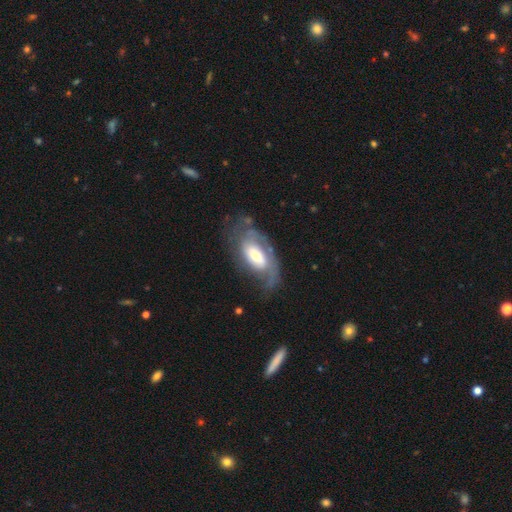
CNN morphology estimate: Q: Smooth or featured?
A: featured or disk (74%); runner-up: smooth (20%)
Q: Edge-on disk?
A: no (93%); runner-up: yes (7%)
Q: Bar?
A: no (47%); runner-up: weak (37%)
Q: Spiral arms?
A: yes (86%); runner-up: no (14%)
Q: Spiral winding?
A: medium (40%); runner-up: tight (39%)
Q: Spiral arm count?
A: 2 (54%); runner-up: can't tell (23%)
Q: Bulge size?
A: moderate (50%); runner-up: large (27%)
Q: Merging?
A: none (55%); runner-up: minor disturbance (22%)